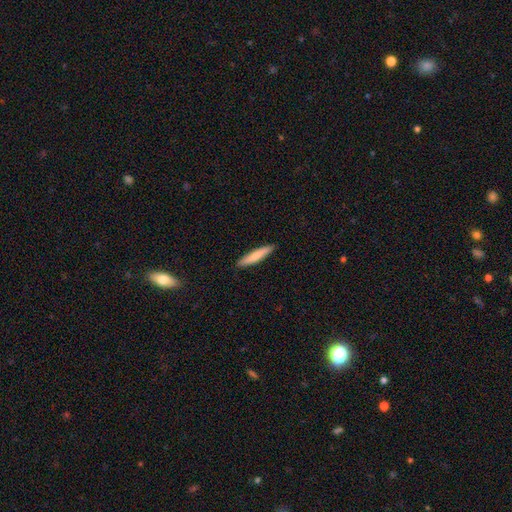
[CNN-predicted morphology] Q: Smooth or featured?
A: smooth (74%); runner-up: featured or disk (21%)
Q: How rounded?
A: cigar-shaped (90%); runner-up: in between (9%)
Q: Merging?
A: none (91%); runner-up: minor disturbance (7%)